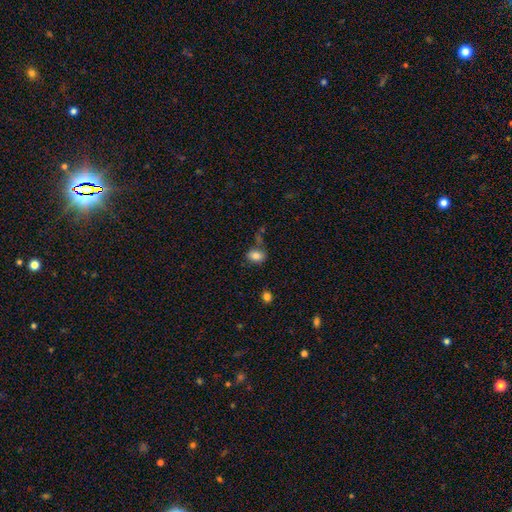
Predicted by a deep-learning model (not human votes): Smooth or featured? smooth (83%)
How rounded? in between (75%)
Merging? none (70%)